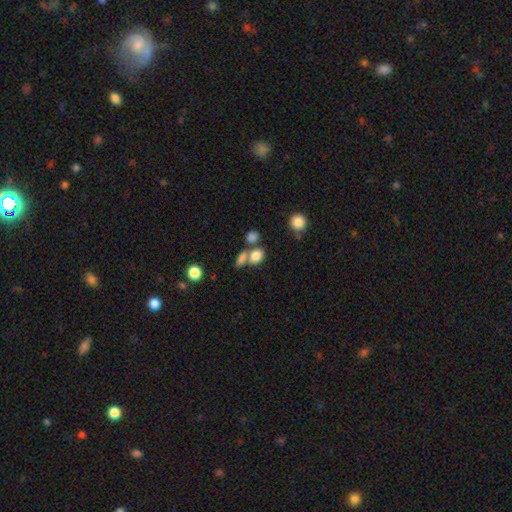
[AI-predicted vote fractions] A smooth galaxy with no disk features (79%) that is in between round and cigar-shaped (63%).

Vote fractions:
- Smooth or featured? smooth: 79% / star or artifact: 11% / featured or disk: 10%
- How rounded? in between: 63% / round: 34% / cigar-shaped: 3%
- Merging? merger: 44% / none: 40% / minor disturbance: 10% / major disturbance: 6%